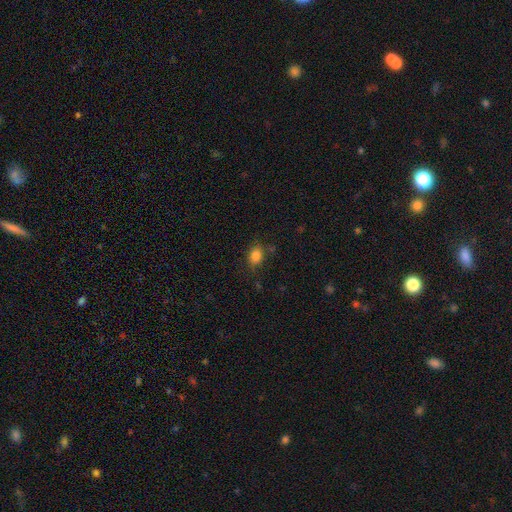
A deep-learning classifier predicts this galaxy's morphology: Smooth or featured?
  - smooth: 83% *
  - star or artifact: 11%
  - featured or disk: 6%
How rounded?
  - in between: 67% *
  - round: 32%
  - cigar-shaped: 1%
Merging?
  - none: 78% *
  - minor disturbance: 15%
  - major disturbance: 4%
  - merger: 3%